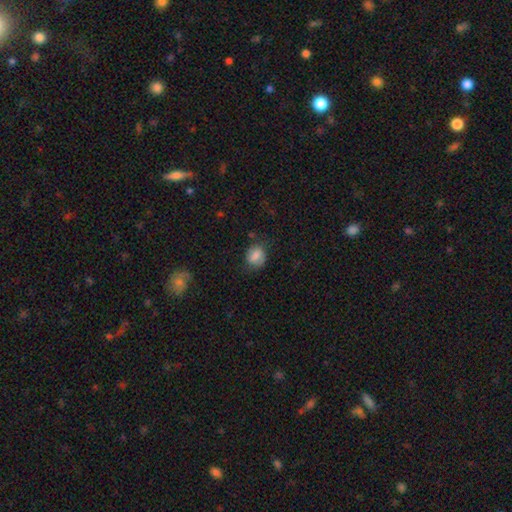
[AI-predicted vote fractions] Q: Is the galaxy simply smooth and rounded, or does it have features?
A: smooth — 76%.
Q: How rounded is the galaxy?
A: round — 50%.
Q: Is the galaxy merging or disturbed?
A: none — 67%.